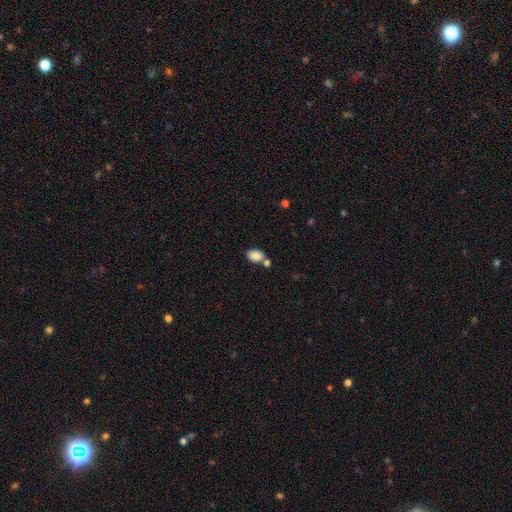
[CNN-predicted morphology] This appears to be a smooth galaxy with no disk features (85%) that is in between round and cigar-shaped (74%). Merging: none (60%).